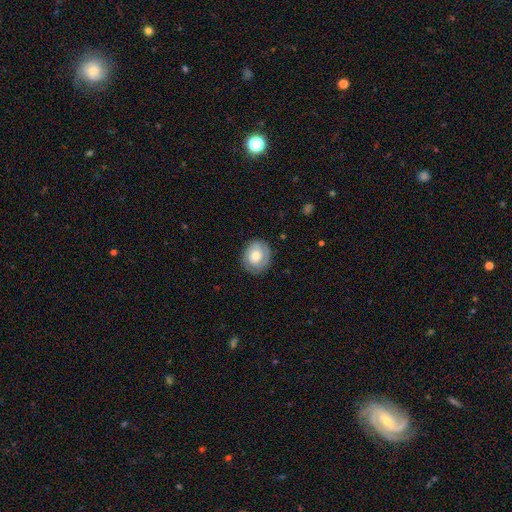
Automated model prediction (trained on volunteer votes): Overall: featured or disk (47%; smooth 46%). Merging: none (82%).